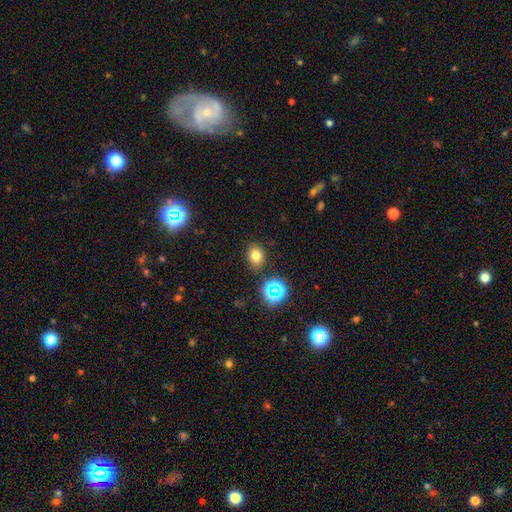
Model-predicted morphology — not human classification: Q: Smooth or featured?
A: smooth (75%); runner-up: star or artifact (17%)
Q: How rounded?
A: in between (53%); runner-up: round (46%)
Q: Merging?
A: none (84%); runner-up: minor disturbance (10%)